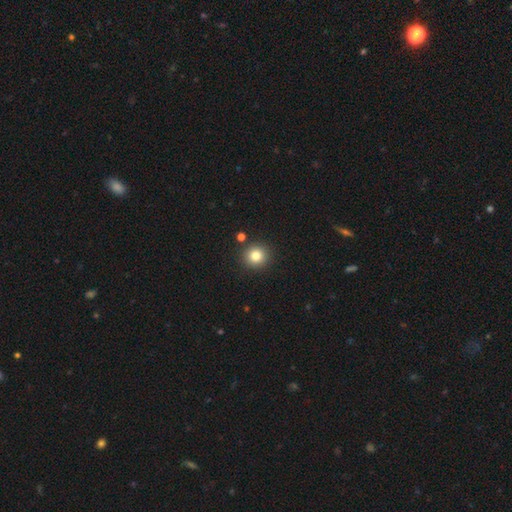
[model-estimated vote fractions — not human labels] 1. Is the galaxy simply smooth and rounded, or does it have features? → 82% smooth, 12% star or artifact, 6% featured or disk.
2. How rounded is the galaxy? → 93% round, 6% in between, 1% cigar-shaped.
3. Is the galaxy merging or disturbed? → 88% none, 6% minor disturbance, 3% merger, 2% major disturbance.